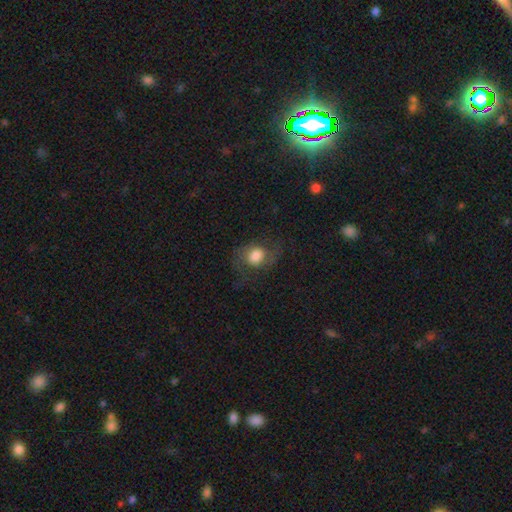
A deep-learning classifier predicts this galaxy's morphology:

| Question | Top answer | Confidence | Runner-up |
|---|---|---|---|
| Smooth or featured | smooth | 62% | featured or disk (29%) |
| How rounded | round | 59% | in between (40%) |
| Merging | none | 59% | minor disturbance (20%) |